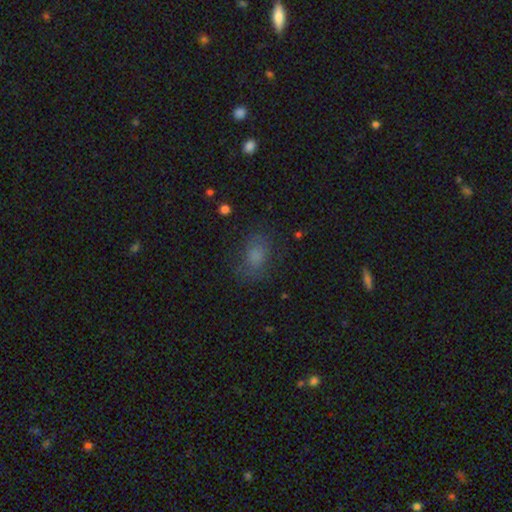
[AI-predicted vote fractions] Smooth or featured? smooth (71%)
How rounded? in between (70%)
Merging? none (69%)